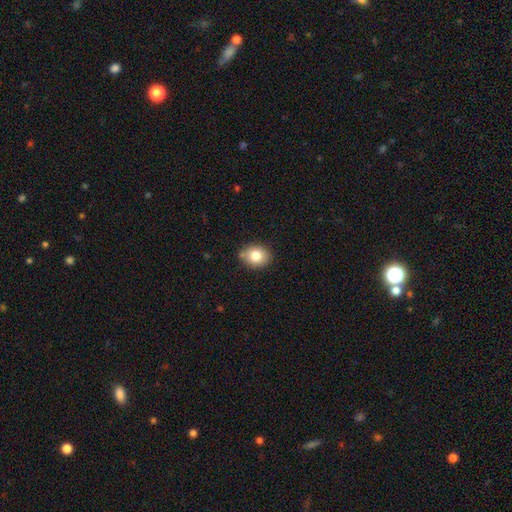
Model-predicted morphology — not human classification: Overall: smooth (82%). How rounded: round (51%; in between 48%). Merging: none (79%).